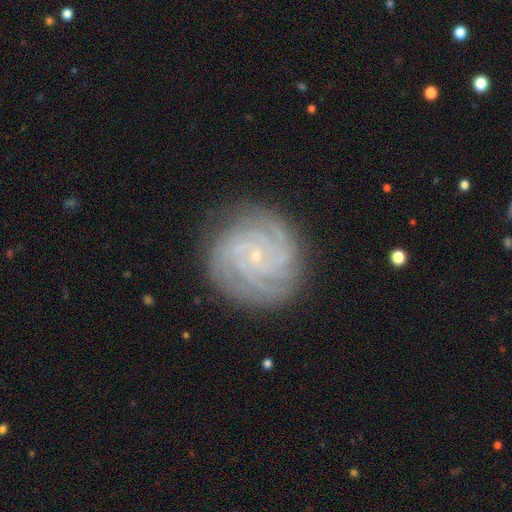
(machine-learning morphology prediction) Overall: featured or disk (87%). Edge-on disk: no (98%). Bar: no (73%). Spiral arms: yes (98%). Spiral arm count: 4 (33%; 3 22%). Spiral winding: tight (81%). Bulge size: small (88%). Merging: none (84%).